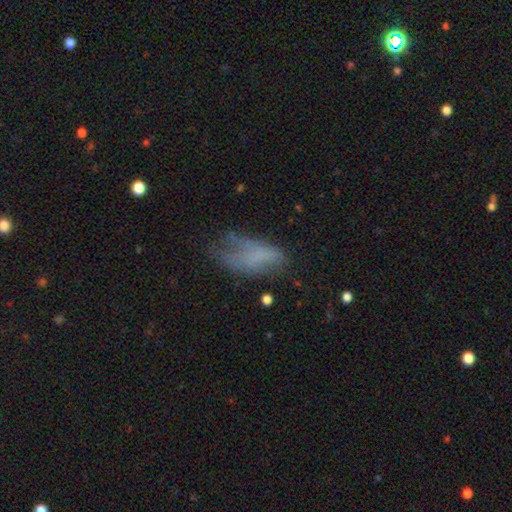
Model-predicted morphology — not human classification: Smooth or featured? smooth (55%)
How rounded? in between (86%)
Merging? none (35%)